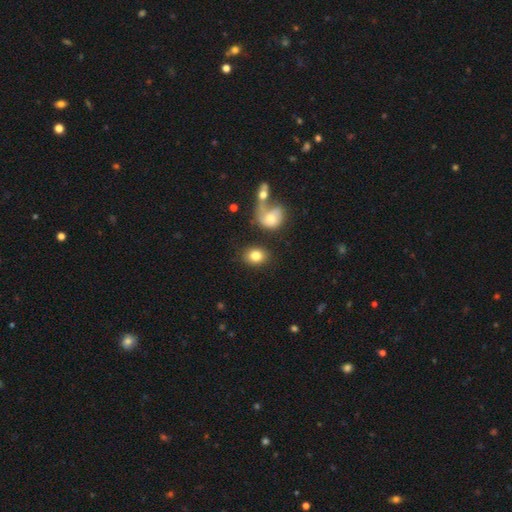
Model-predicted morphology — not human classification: The model was most divided on "how rounded": in between: 51%, round: 48%, cigar-shaped: 1%. More confident: smooth or featured — smooth (81%); merging — none (75%).